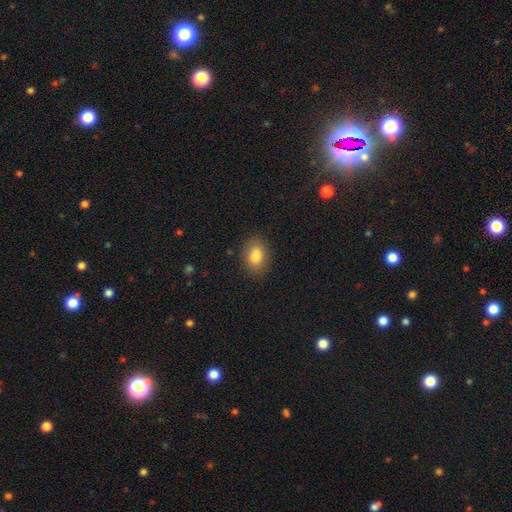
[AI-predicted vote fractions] This appears to be a smooth galaxy with no disk features (84%) that is in between round and cigar-shaped (76%). Merging: none (85%).